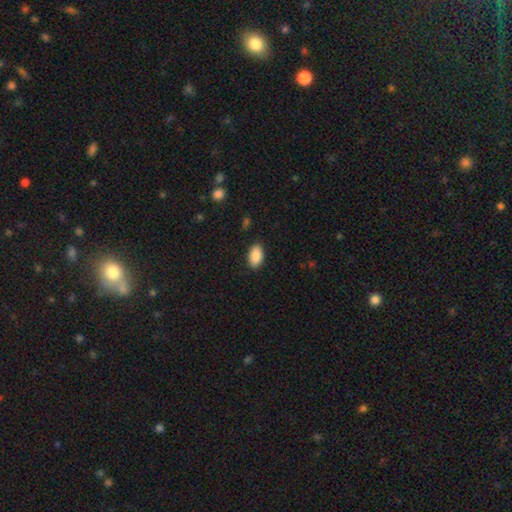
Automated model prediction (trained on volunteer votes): Smooth or featured: smooth — 89% (star or artifact — 7%)
How rounded: in between — 94% (round — 4%)
Merging: none — 89% (minor disturbance — 8%)